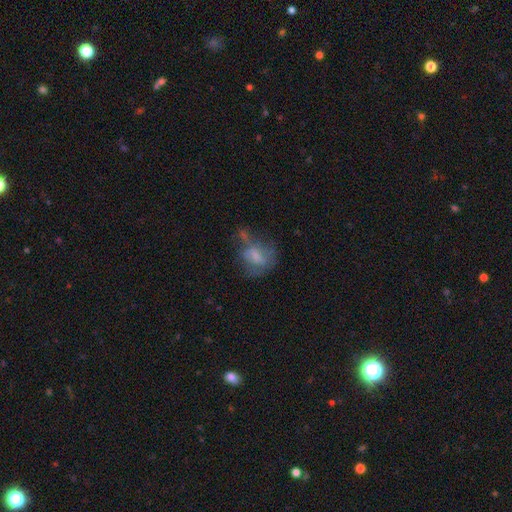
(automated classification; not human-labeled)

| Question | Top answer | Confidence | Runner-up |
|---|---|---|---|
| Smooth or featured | smooth | 47% | featured or disk (41%) |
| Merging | major disturbance | 33% | tied: none (33%) |